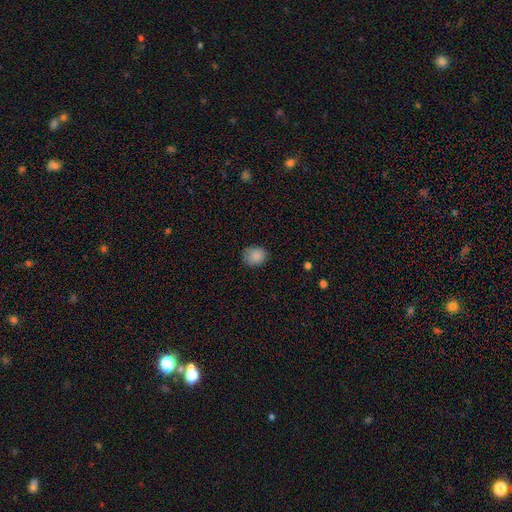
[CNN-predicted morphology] This is clearly a smooth galaxy (87%). How rounded: likely round (67%). Merging: likely none (80%).